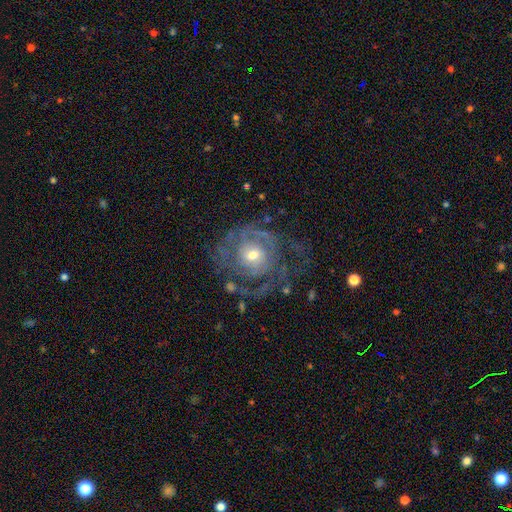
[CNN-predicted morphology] Smooth or featured? Predicted: featured or disk (p=0.83). Edge-on disk? Predicted: no (p=0.97). Bar? Predicted: no (p=0.74). Spiral arms? Predicted: yes (p=0.87). Spiral winding? Predicted: tight (p=0.63). Spiral arm count? Predicted: can't tell (p=0.39). Bulge size? Predicted: moderate (p=0.53). Merging? Predicted: none (p=0.61).